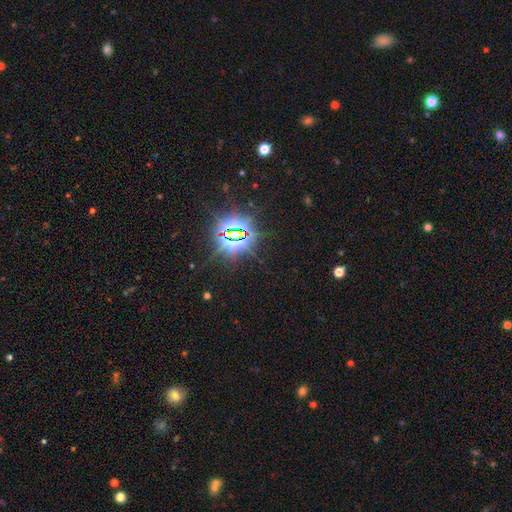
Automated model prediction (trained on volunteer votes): Smooth or featured? Predicted: star or artifact (p=0.84).